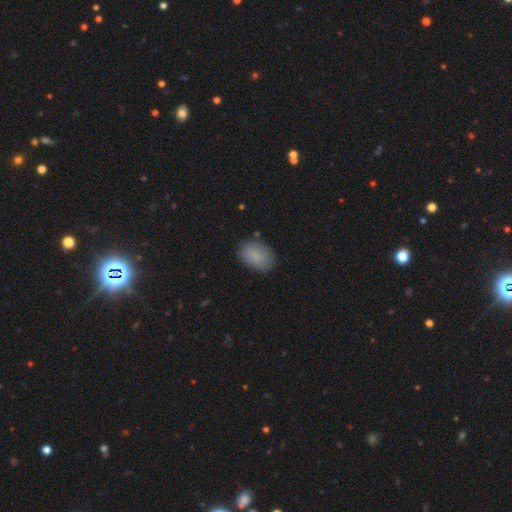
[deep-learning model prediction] Smooth or featured? smooth (86%)
How rounded? in between (85%)
Merging? none (82%)